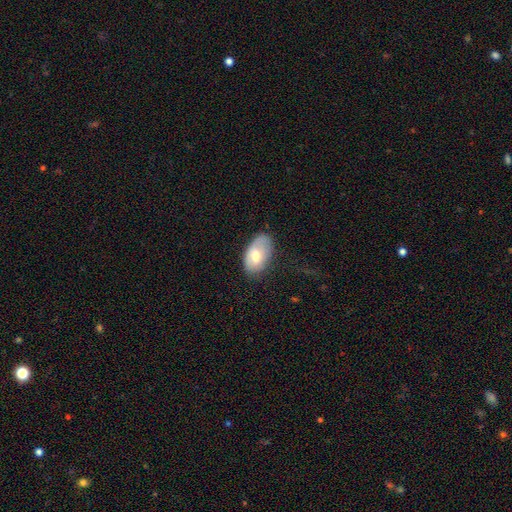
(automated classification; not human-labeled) Morphology: type=smooth (64%); roundness=in between (93%); merging=none (62%).